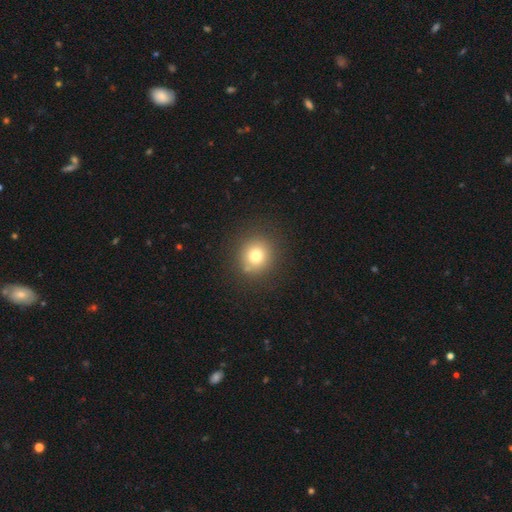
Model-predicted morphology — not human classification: smooth-or-featured: smooth: 76% | star or artifact: 14% | featured or disk: 11%
  how-rounded: round: 88% | in between: 11% | cigar-shaped: 1%
  merging: none: 85% | minor disturbance: 9% | major disturbance: 4% | merger: 3%